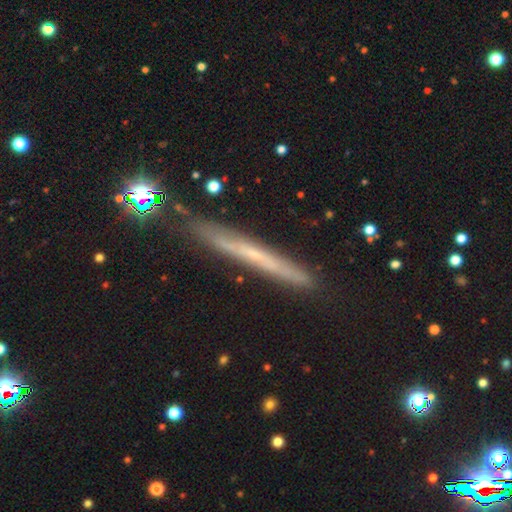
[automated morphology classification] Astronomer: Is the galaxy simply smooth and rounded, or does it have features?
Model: featured or disk — 56% (runner-up: smooth, 34%).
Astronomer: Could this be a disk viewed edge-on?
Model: yes — 93%.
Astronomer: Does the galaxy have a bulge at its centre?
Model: none — 83%.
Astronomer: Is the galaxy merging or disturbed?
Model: none — 85%.